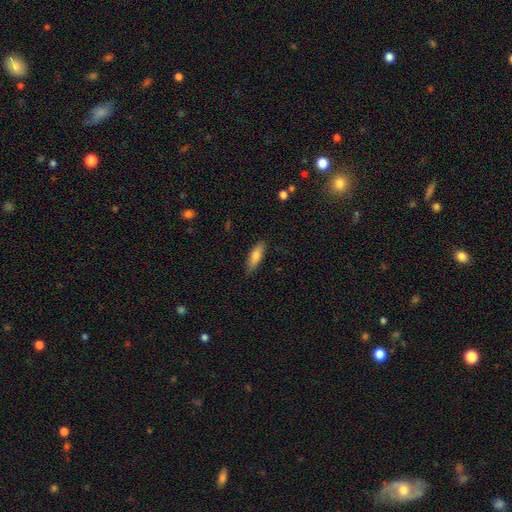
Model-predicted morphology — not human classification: Smooth or featured?
  - smooth: 74% *
  - featured or disk: 19%
  - star or artifact: 7%
How rounded?
  - in between: 51% *
  - cigar-shaped: 47%
  - round: 2%
Merging?
  - none: 84% *
  - minor disturbance: 13%
  - major disturbance: 2%
  - merger: 1%